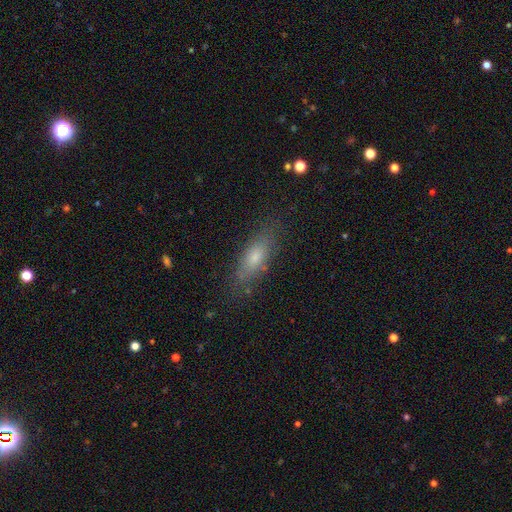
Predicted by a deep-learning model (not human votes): Smooth or featured: smooth — 68% (featured or disk — 22%)
How rounded: in between — 59% (cigar-shaped — 38%)
Merging: none — 80% (minor disturbance — 14%)